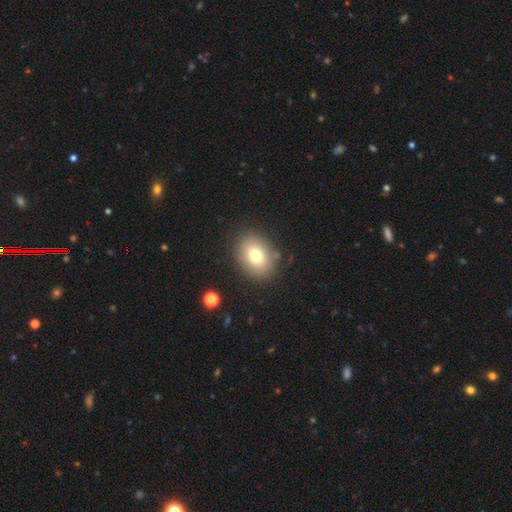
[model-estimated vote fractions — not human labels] Q: Smooth or featured?
A: smooth (76%); runner-up: featured or disk (13%)
Q: How rounded?
A: in between (61%); runner-up: round (38%)
Q: Merging?
A: none (84%); runner-up: minor disturbance (10%)